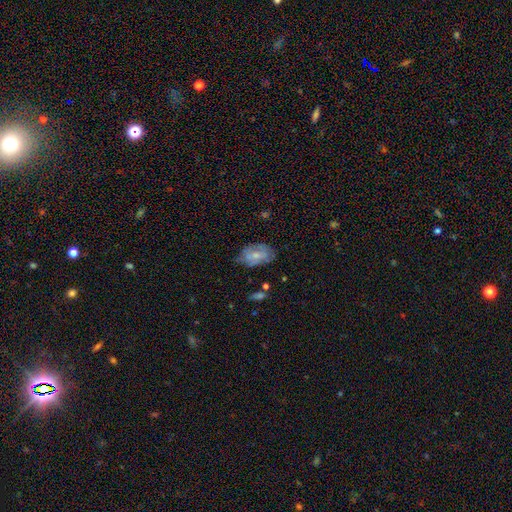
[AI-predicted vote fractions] smooth-or-featured: smooth: 54% | featured or disk: 39% | star or artifact: 8%
  how-rounded: in between: 86% | round: 12% | cigar-shaped: 2%
  merging: none: 53% | minor disturbance: 33% | major disturbance: 11% | merger: 3%